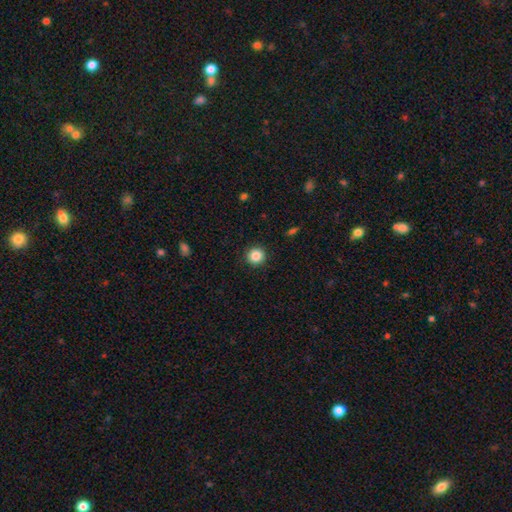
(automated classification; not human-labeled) A smooth galaxy with no disk features (87%) that is round (94%). Merging: none (92%).